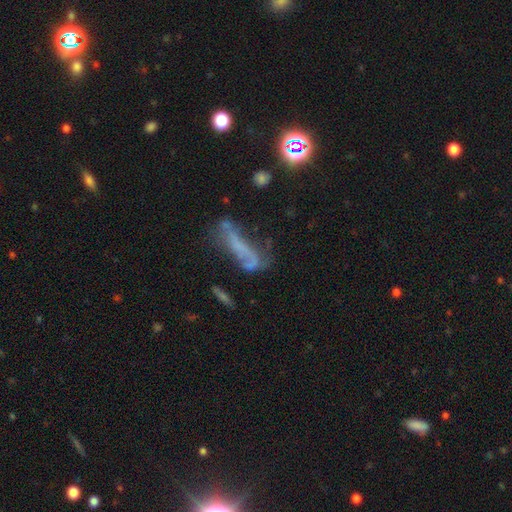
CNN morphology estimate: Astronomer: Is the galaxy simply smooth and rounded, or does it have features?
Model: featured or disk — 44% (runner-up: smooth, 30%).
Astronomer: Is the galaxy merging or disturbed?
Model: none — 37% (runner-up: major disturbance, 29%).